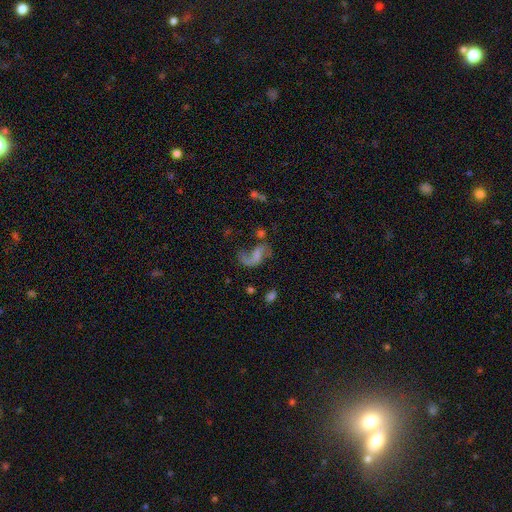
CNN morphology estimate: smooth-or-featured: featured or disk: 62% | smooth: 26% | star or artifact: 12%
  disk-edge-on: no: 97% | yes: 3%
    bar: no: 53% | weak: 35% | strong: 12%
    has-spiral-arms: yes: 80% | no: 20%
    bulge-size: none: 53% | small: 27% | moderate: 14% | large: 5% | dominant: 2%
  merging: major disturbance: 39% | none: 33% | minor disturbance: 17% | merger: 10%